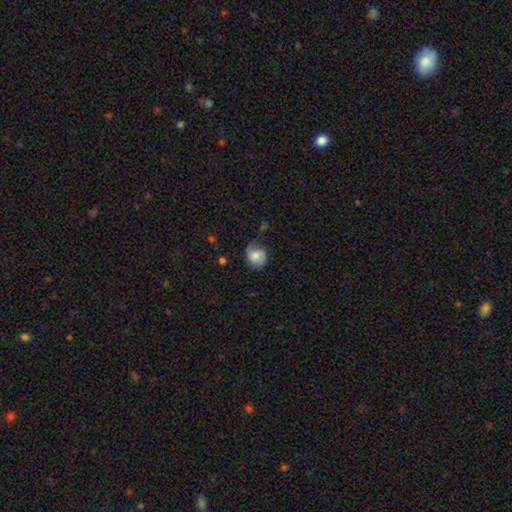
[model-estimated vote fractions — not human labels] Morphology: type=smooth (62%); roundness=round (70%); merging=none (53%).